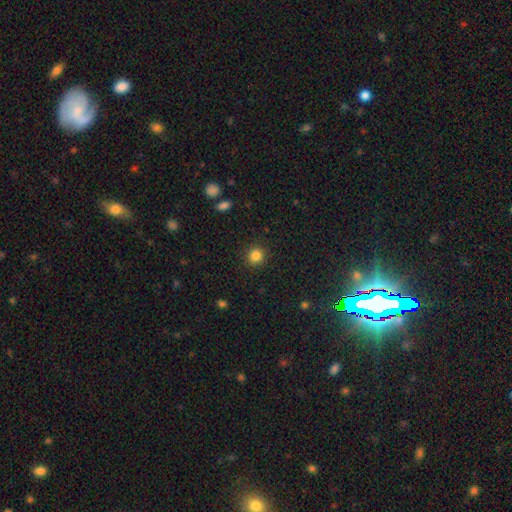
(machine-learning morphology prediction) Smooth or featured?
  - smooth: 84% *
  - star or artifact: 12%
  - featured or disk: 4%
How rounded?
  - round: 91% *
  - in between: 8%
  - cigar-shaped: 1%
Merging?
  - none: 91% *
  - minor disturbance: 6%
  - major disturbance: 2%
  - merger: 1%